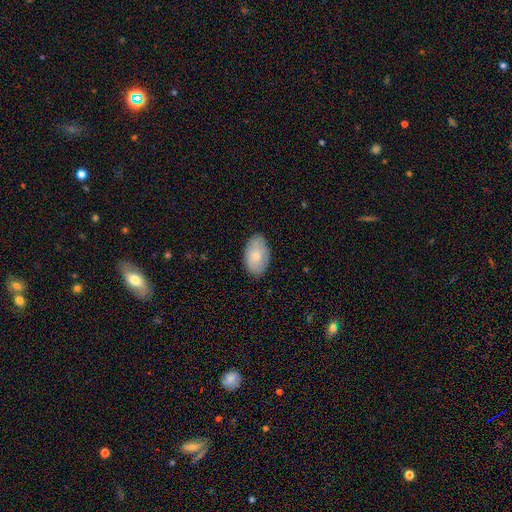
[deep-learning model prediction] This appears to be a smooth galaxy with no disk features (72%) that is in between round and cigar-shaped (93%). Merging: none (83%).